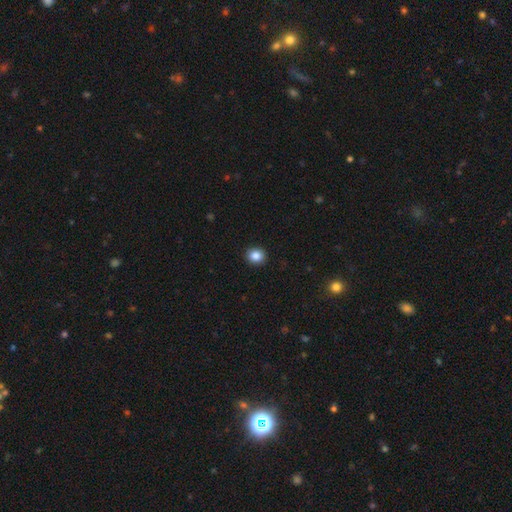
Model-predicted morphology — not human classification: smooth_or_featured: smooth (p=0.86) [alt: star or artifact p=0.10]
how_rounded: round (p=0.81) [alt: in between p=0.18]
merging: none (p=0.92) [alt: minor disturbance p=0.05]